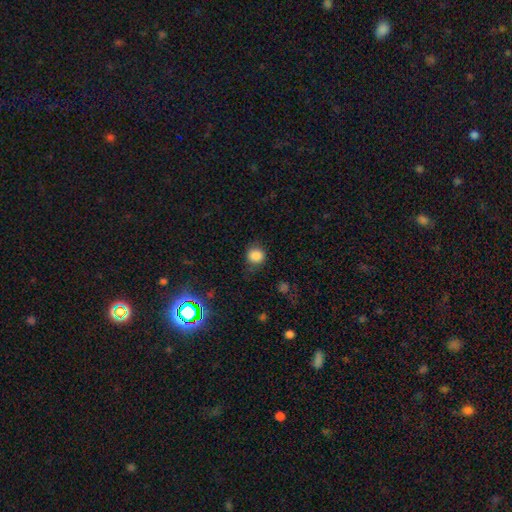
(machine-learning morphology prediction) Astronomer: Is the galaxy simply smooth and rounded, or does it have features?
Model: smooth — 83%.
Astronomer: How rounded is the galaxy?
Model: round — 84%.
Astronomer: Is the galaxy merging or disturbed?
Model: none — 74%.